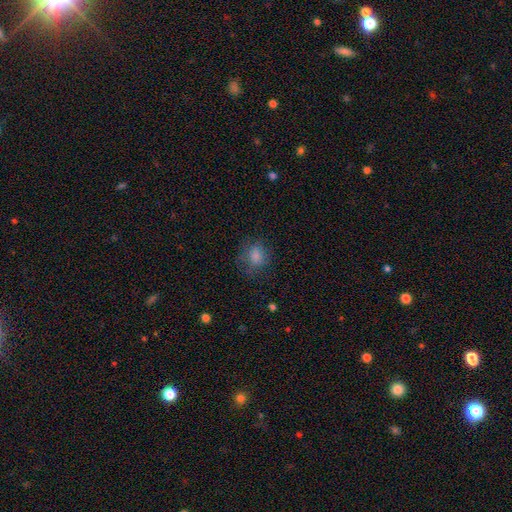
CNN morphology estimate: smooth-or-featured: smooth: 75% | star or artifact: 13% | featured or disk: 11%
  how-rounded: round: 64% | in between: 35% | cigar-shaped: 1%
  merging: none: 71% | minor disturbance: 18% | major disturbance: 10% | merger: 1%